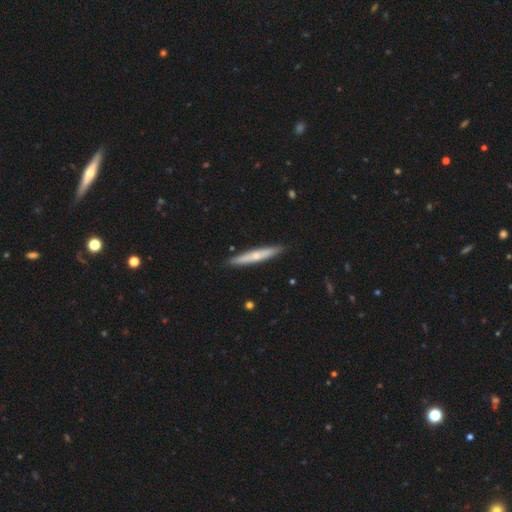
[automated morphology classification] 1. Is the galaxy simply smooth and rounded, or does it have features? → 48% smooth, 47% featured or disk, 5% star or artifact.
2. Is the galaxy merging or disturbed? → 91% none, 7% minor disturbance, 1% major disturbance, 1% merger.